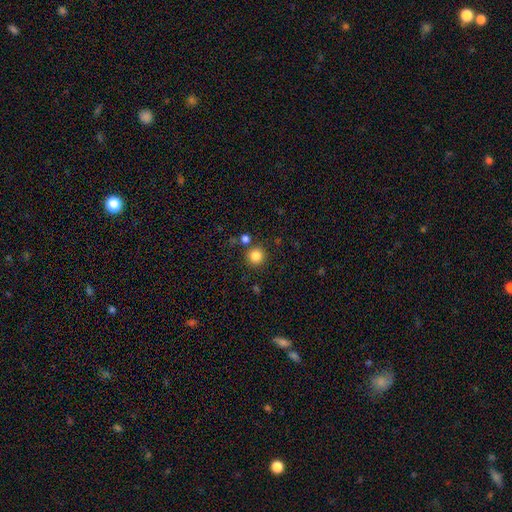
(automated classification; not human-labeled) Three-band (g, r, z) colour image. It shows a smooth galaxy with no disk features (84%) that is round (94%). Merging: none (83%).